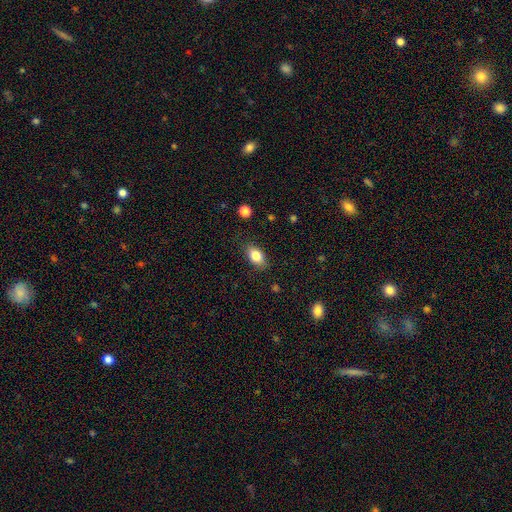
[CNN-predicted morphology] Smooth or featured?
  - smooth: 82% *
  - featured or disk: 10%
  - star or artifact: 8%
How rounded?
  - in between: 84% *
  - round: 12%
  - cigar-shaped: 3%
Merging?
  - none: 82% *
  - minor disturbance: 13%
  - major disturbance: 3%
  - merger: 1%